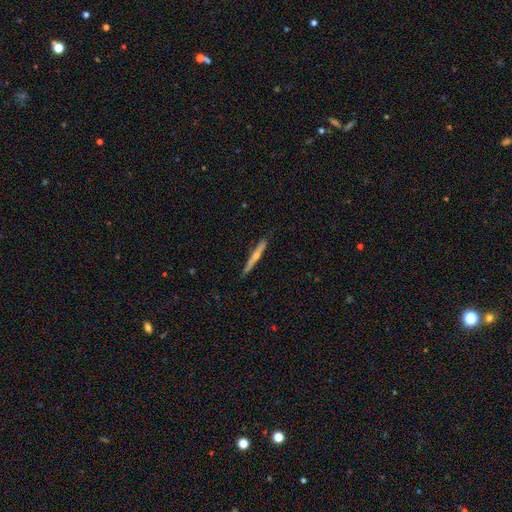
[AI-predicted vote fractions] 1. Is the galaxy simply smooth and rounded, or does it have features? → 52% featured or disk, 42% smooth, 6% star or artifact.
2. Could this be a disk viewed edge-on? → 96% yes, 4% no.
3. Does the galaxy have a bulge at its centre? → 70% rounded, 26% none, 4% boxy.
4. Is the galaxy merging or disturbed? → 86% none, 11% minor disturbance, 2% major disturbance, 1% merger.